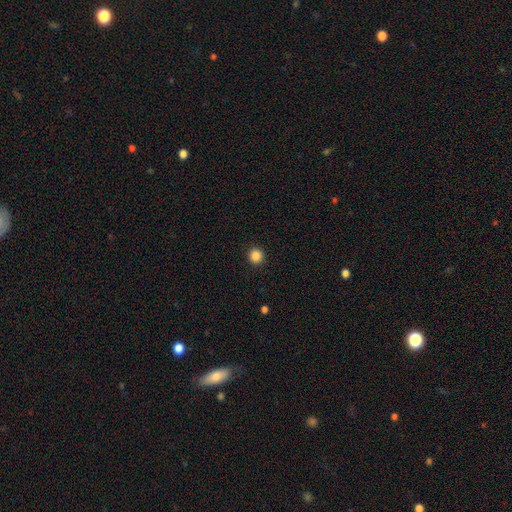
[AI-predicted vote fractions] Q: Smooth or featured?
A: smooth (86%); runner-up: star or artifact (11%)
Q: How rounded?
A: round (94%); runner-up: in between (5%)
Q: Merging?
A: none (93%); runner-up: minor disturbance (5%)